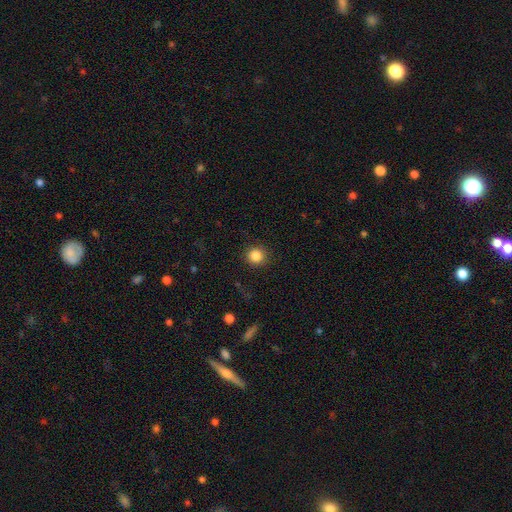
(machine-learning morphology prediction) type=smooth (85%); roundness=round (92%); merging=none (90%).